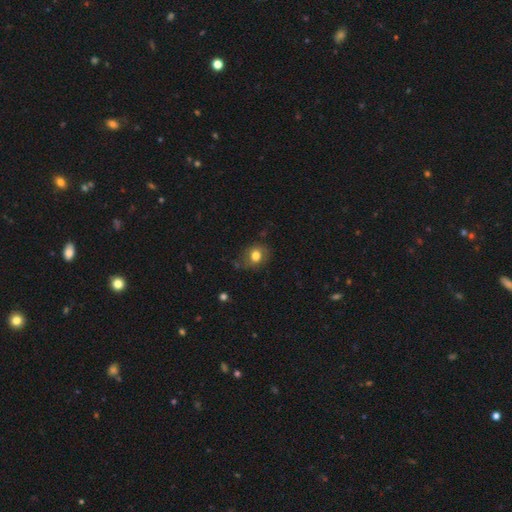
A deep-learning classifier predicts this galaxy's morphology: Smooth or featured? smooth (76%)
How rounded? round (58%)
Merging? none (67%)